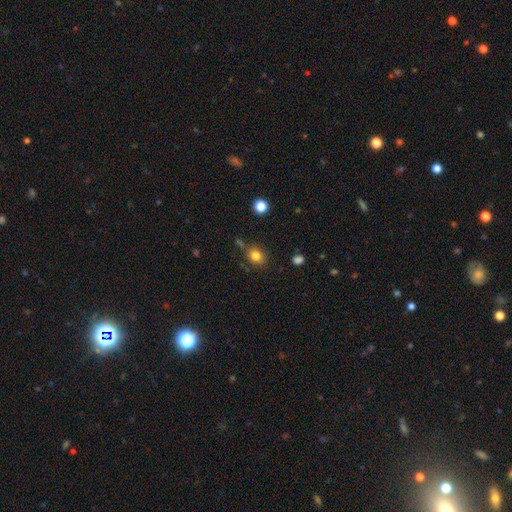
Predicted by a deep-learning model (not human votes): Smooth or featured: smooth — 81% (star or artifact — 12%)
How rounded: round — 61% (in between — 38%)
Merging: none — 75% (minor disturbance — 14%)